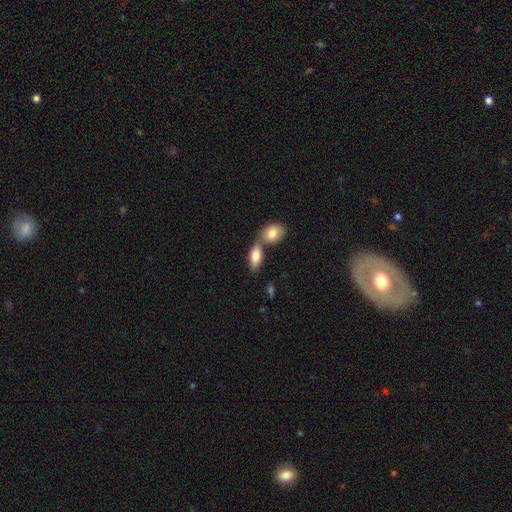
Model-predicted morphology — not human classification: A smooth galaxy with no disk features (82%) that is in between round and cigar-shaped (88%). Merging: merger (54%).